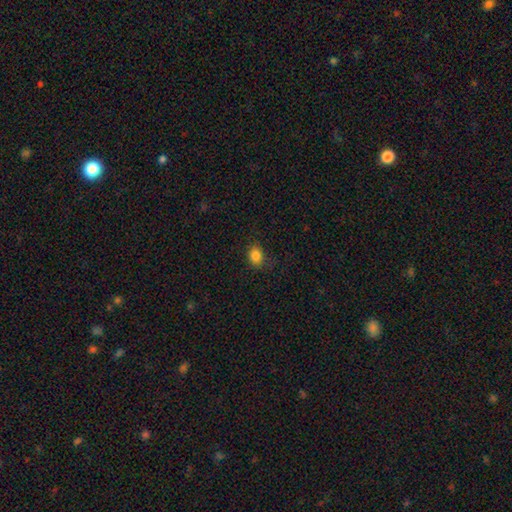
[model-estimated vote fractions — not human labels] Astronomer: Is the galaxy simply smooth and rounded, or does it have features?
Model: smooth — 84%.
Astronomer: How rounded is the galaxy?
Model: in between — 53% (runner-up: round, 46%).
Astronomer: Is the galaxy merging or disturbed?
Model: none — 78%.